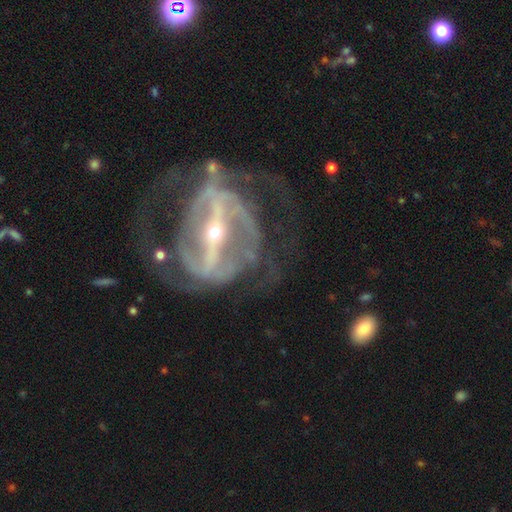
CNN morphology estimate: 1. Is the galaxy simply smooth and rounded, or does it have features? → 91% featured or disk, 5% star or artifact, 4% smooth.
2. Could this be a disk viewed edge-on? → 94% no, 6% yes.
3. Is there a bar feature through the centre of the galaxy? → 84% strong, 11% weak, 5% no.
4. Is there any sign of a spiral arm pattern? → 87% yes, 13% no.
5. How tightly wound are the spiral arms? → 43% medium, 37% tight, 20% loose.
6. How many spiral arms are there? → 56% 2, 20% can't tell, 10% 3, 6% 4, 5% 1, 4% more than 4.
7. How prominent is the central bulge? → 78% small, 18% moderate, 2% large, 1% dominant, 1% none.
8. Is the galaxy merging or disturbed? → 51% none, 29% major disturbance, 17% minor disturbance, 3% merger.